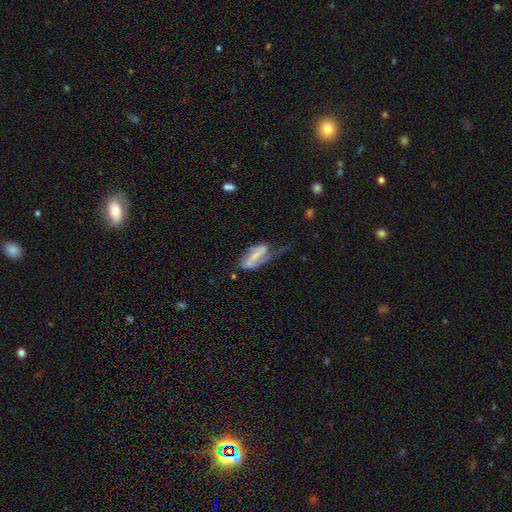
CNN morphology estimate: smooth-or-featured: featured or disk: 59% | smooth: 33% | star or artifact: 8%
  disk-edge-on: no: 93% | yes: 7%
    bar: strong: 42% | weak: 35% | no: 23%
    has-spiral-arms: yes: 78% | no: 22%
    bulge-size: small: 39% | none: 38% | moderate: 18% | large: 4% | dominant: 2%
  merging: major disturbance: 34% | minor disturbance: 30% | none: 30% | merger: 5%